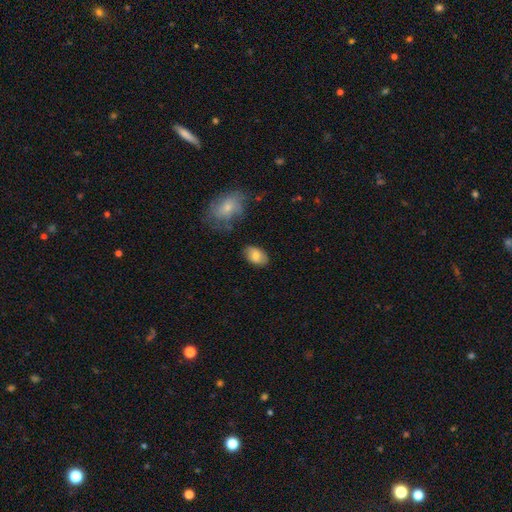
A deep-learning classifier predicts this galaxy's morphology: Smooth or featured? smooth (79%)
How rounded? in between (89%)
Merging? none (81%)